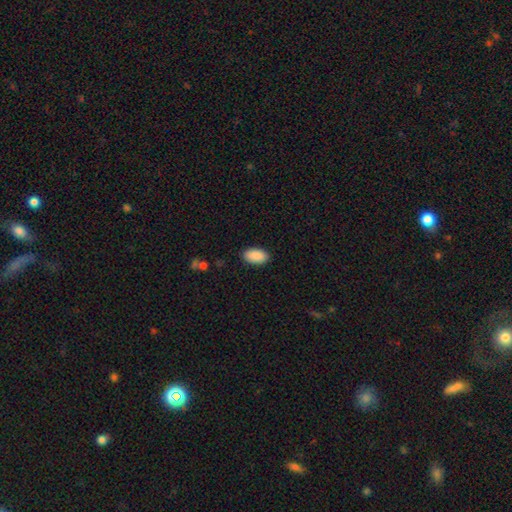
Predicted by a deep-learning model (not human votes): smooth_or_featured: smooth (p=0.91) [alt: star or artifact p=0.07]
how_rounded: in between (p=0.95) [alt: round p=0.03]
merging: none (p=0.89) [alt: minor disturbance p=0.08]